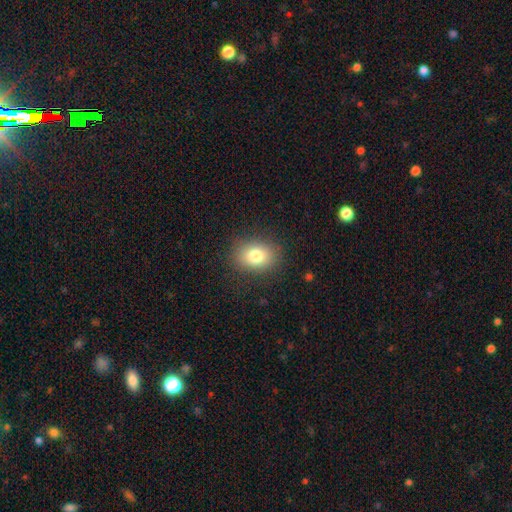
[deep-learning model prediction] A smooth galaxy with no disk features (79%) that is in between round and cigar-shaped (62%).

Vote fractions:
- Smooth or featured? smooth: 79% / star or artifact: 11% / featured or disk: 10%
- How rounded? in between: 62% / round: 37% / cigar-shaped: 1%
- Merging? none: 86% / minor disturbance: 10% / major disturbance: 3% / merger: 1%